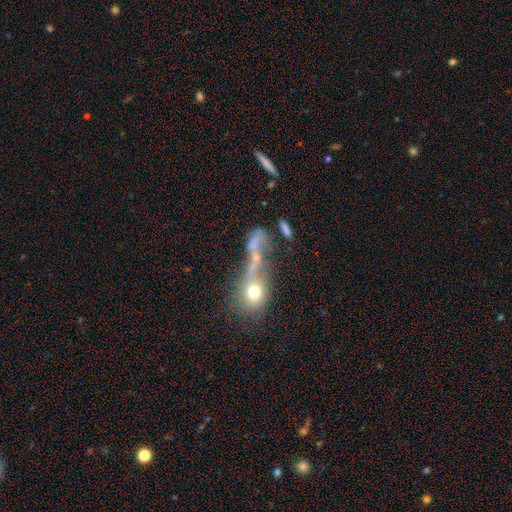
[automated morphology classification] A smooth galaxy with no disk features (49%). Merging: merger (46%).